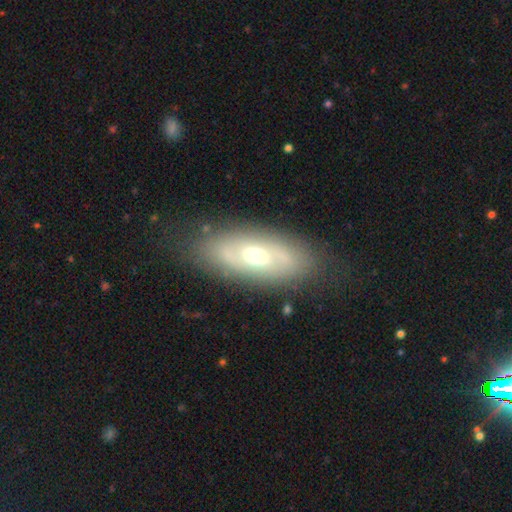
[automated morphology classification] featured or disk 47%, smooth 45%, star or artifact 8%. Down the decision tree: merging — none (79%).